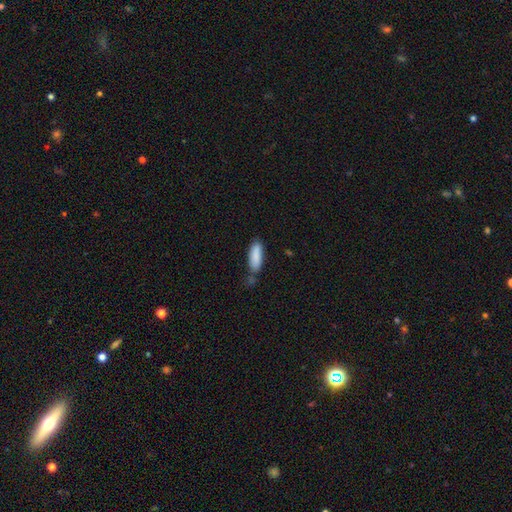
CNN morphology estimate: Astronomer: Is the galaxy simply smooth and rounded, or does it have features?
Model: smooth — 88%.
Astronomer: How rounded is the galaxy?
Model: in between — 54% (runner-up: cigar-shaped, 44%).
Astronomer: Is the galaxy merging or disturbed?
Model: none — 66%.